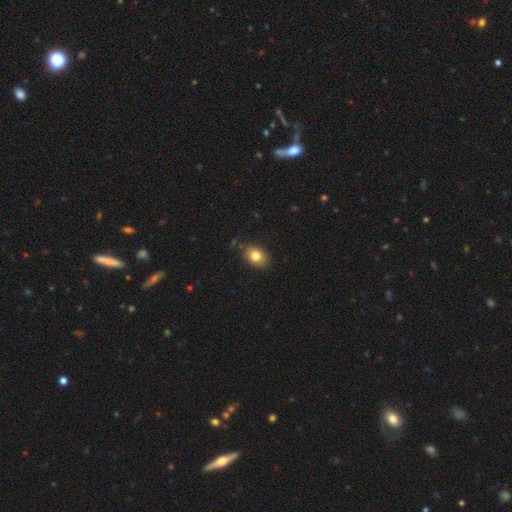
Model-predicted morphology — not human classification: Smooth or featured: smooth — 80% (featured or disk — 10%)
How rounded: in between — 70% (round — 28%)
Merging: none — 84% (minor disturbance — 11%)